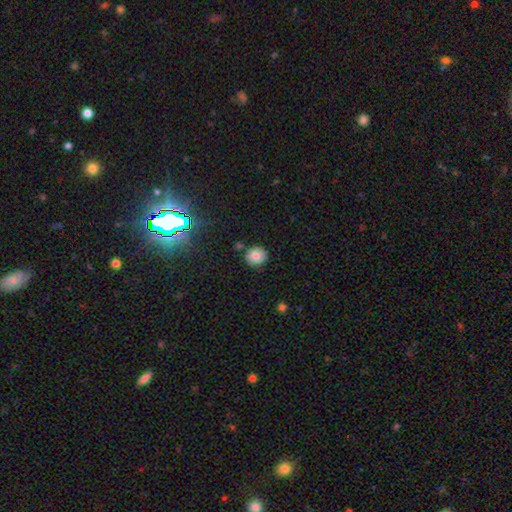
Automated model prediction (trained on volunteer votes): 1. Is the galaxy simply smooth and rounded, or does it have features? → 76% smooth, 13% featured or disk, 11% star or artifact.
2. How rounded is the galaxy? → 88% round, 11% in between, 1% cigar-shaped.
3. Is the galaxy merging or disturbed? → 85% none, 9% minor disturbance, 4% merger, 2% major disturbance.